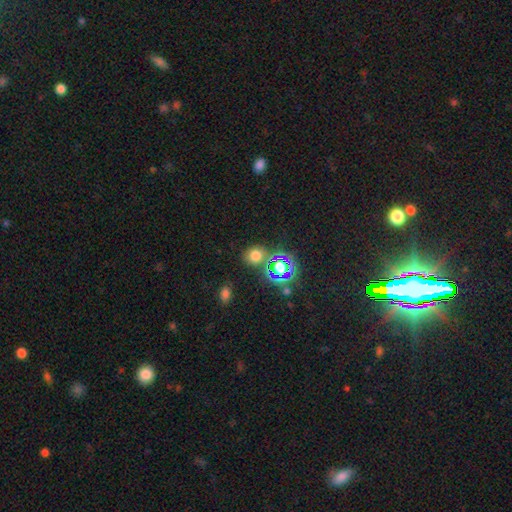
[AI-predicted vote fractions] The model was most divided on "smooth or featured": smooth: 61%, star or artifact: 31%, featured or disk: 7%. More confident: merging — none (75%); how rounded — round (74%).